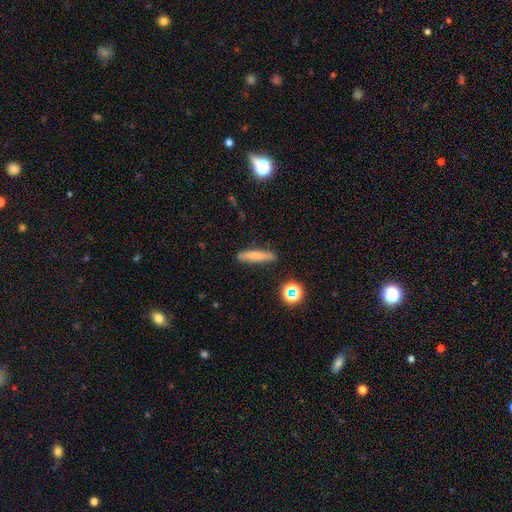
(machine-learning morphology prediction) A smooth galaxy with no disk features (73%) that is cigar-shaped (87%). Merging: none (85%).